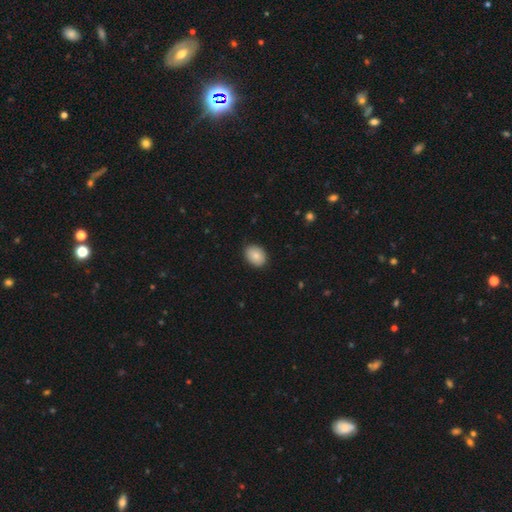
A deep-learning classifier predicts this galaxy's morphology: Smooth or featured? smooth (86%)
How rounded? in between (69%)
Merging? none (86%)